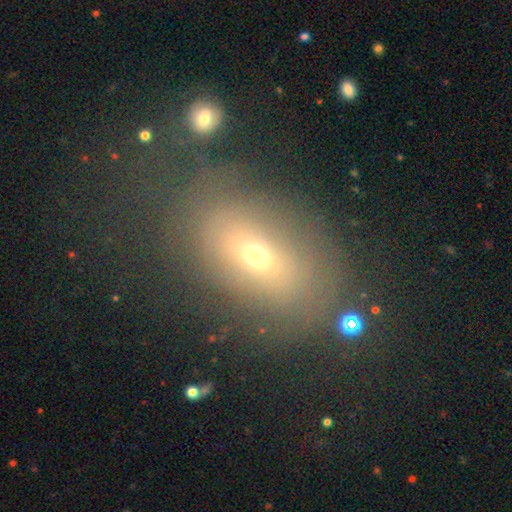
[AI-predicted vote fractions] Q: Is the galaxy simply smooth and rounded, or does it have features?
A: smooth — 58%.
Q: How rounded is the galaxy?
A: in between — 77%.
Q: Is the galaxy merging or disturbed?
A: none — 67%.